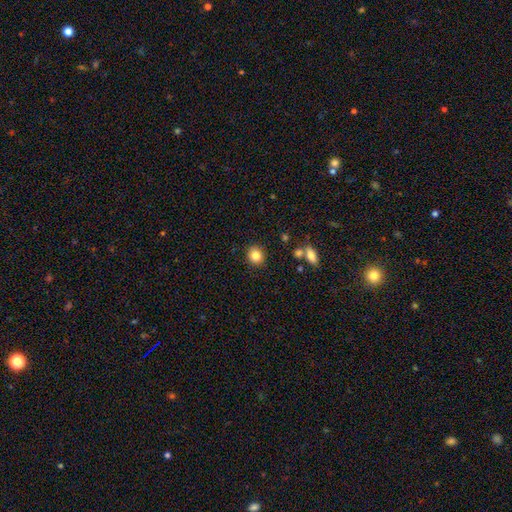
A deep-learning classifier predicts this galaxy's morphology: Smooth or featured? Predicted: smooth (p=0.84). How rounded? Predicted: round (p=0.81). Merging? Predicted: none (p=0.89).